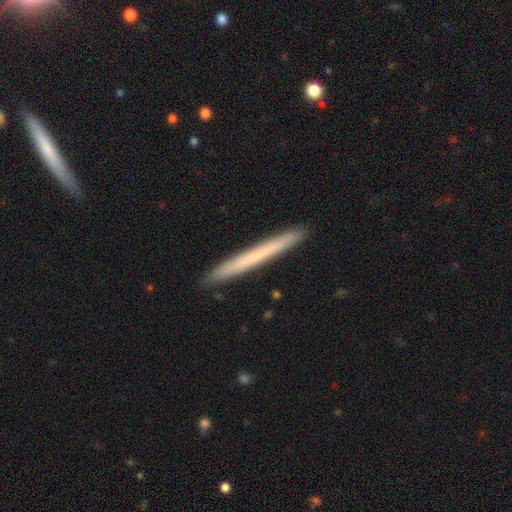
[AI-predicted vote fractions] Smooth or featured? Predicted: smooth (p=0.58). How rounded? Predicted: cigar-shaped (p=0.97). Merging? Predicted: none (p=0.92).